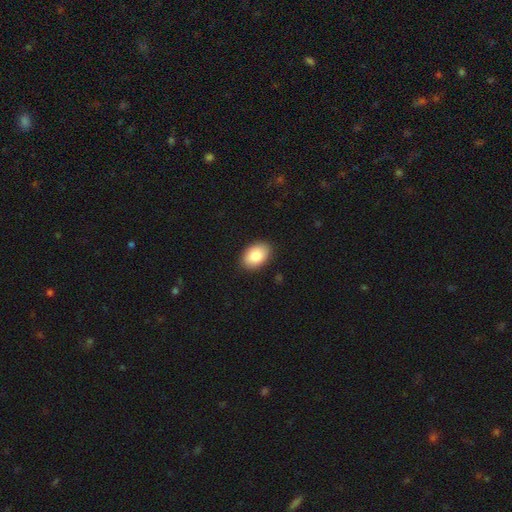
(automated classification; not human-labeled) Smooth or featured: smooth — 87% (featured or disk — 7%)
How rounded: in between — 88% (round — 11%)
Merging: none — 88% (minor disturbance — 9%)